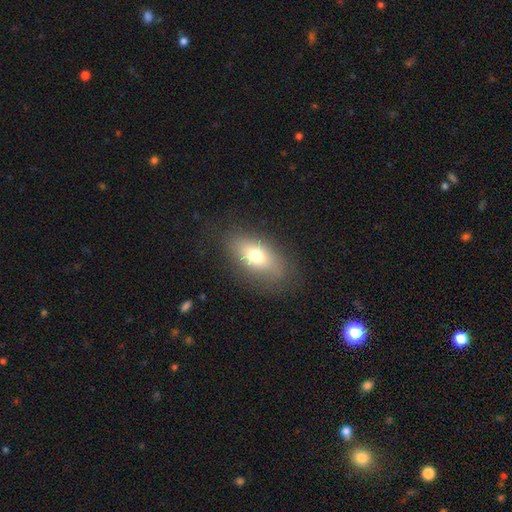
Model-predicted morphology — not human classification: A smooth galaxy with no disk features (69%) that is in between round and cigar-shaped (84%).

Vote fractions:
- Smooth or featured? smooth: 69% / featured or disk: 20% / star or artifact: 11%
- How rounded? in between: 84% / round: 11% / cigar-shaped: 5%
- Merging? none: 76% / minor disturbance: 15% / major disturbance: 7% / merger: 1%